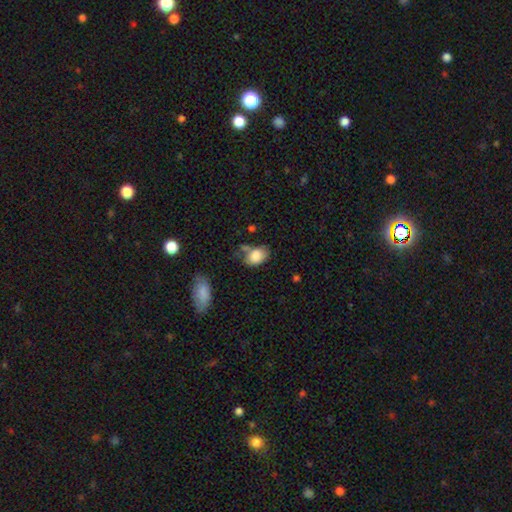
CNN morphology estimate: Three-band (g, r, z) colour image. It shows a smooth galaxy with no disk features (83%) that is in between round and cigar-shaped (84%). Merging: none (48%).